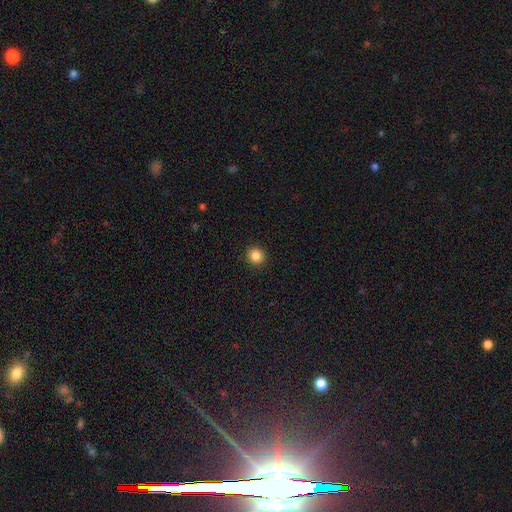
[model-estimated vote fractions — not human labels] Smooth or featured: smooth — 85% (star or artifact — 11%)
How rounded: round — 91% (in between — 8%)
Merging: none — 93% (minor disturbance — 5%)